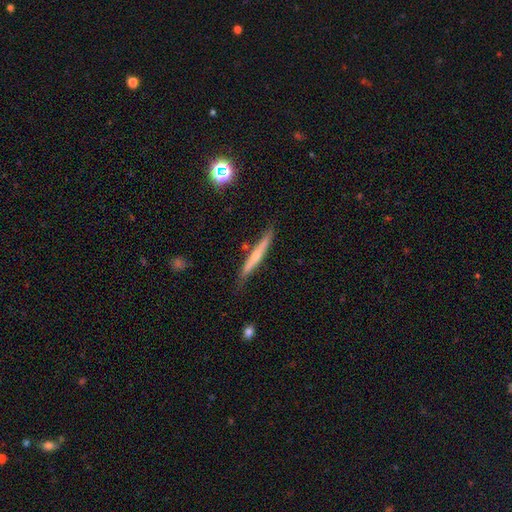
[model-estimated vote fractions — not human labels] This is possibly a featured or disk galaxy (56%). It is clearly viewed edge-on (94%). Edge-on bulge: likely rounded (63%). Merging: likely none (77%).